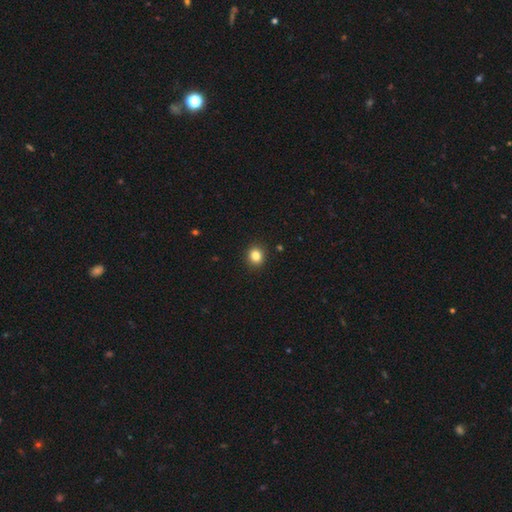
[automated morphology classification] smooth 84%, star or artifact 11%, featured or disk 5%. Down the decision tree: how rounded — round (79%); merging — none (92%).